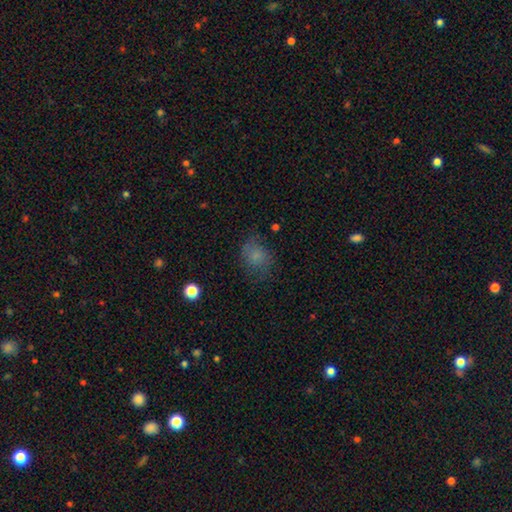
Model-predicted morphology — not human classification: smooth 73%, featured or disk 14%, star or artifact 13%. Down the decision tree: how rounded — round (51%); merging — none (64%).